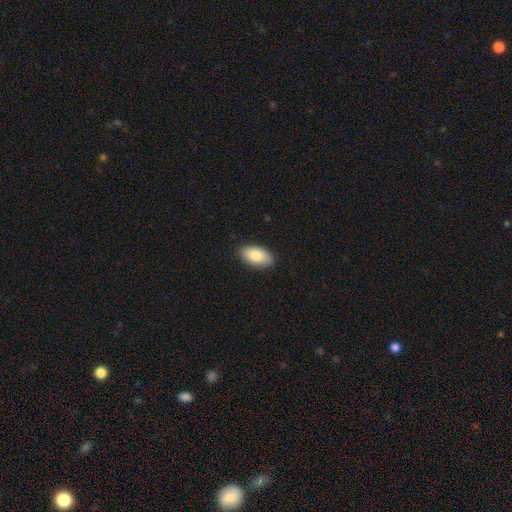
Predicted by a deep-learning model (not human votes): smooth_or_featured: smooth (p=0.82) [alt: featured or disk p=0.12]
how_rounded: in between (p=0.94) [alt: cigar-shaped p=0.03]
merging: none (p=0.87) [alt: minor disturbance p=0.10]